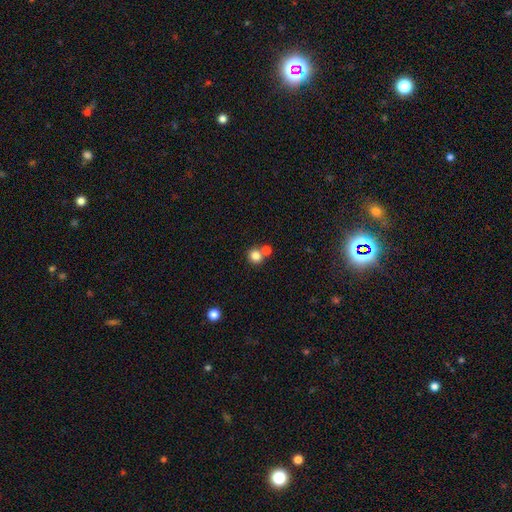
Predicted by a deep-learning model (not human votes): Smooth or featured: smooth — 82% (star or artifact — 11%)
How rounded: round — 88% (in between — 11%)
Merging: none — 58% (merger — 33%)